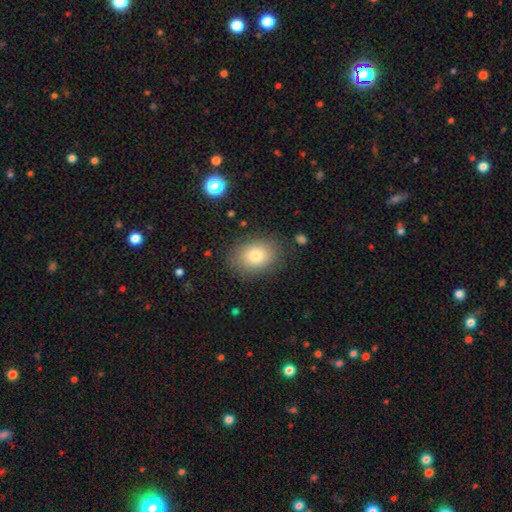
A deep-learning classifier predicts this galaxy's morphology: A smooth galaxy with no disk features (78%) that is in between round and cigar-shaped (68%).

Vote fractions:
- Smooth or featured? smooth: 78% / featured or disk: 12% / star or artifact: 10%
- How rounded? in between: 68% / round: 31% / cigar-shaped: 1%
- Merging? none: 83% / minor disturbance: 11% / major disturbance: 4% / merger: 1%